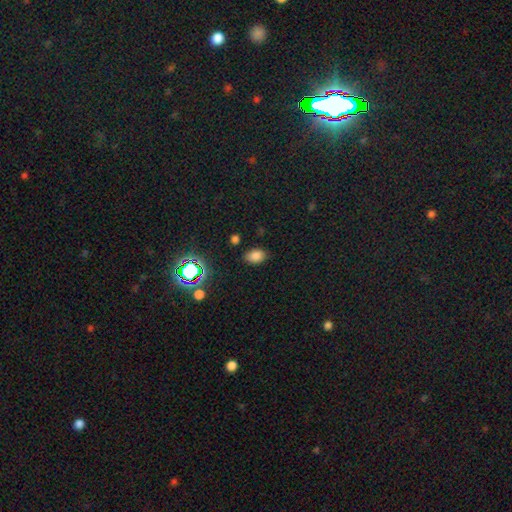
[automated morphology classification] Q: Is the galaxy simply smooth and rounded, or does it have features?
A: smooth — 78%.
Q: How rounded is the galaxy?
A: in between — 82%.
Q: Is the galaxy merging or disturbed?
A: none — 82%.